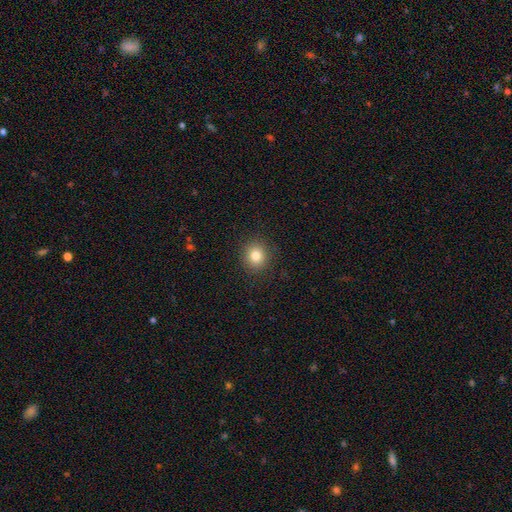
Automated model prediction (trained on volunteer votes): smooth_or_featured: smooth (p=0.82) [alt: star or artifact p=0.11]
how_rounded: round (p=0.84) [alt: in between p=0.15]
merging: none (p=0.90) [alt: minor disturbance p=0.06]